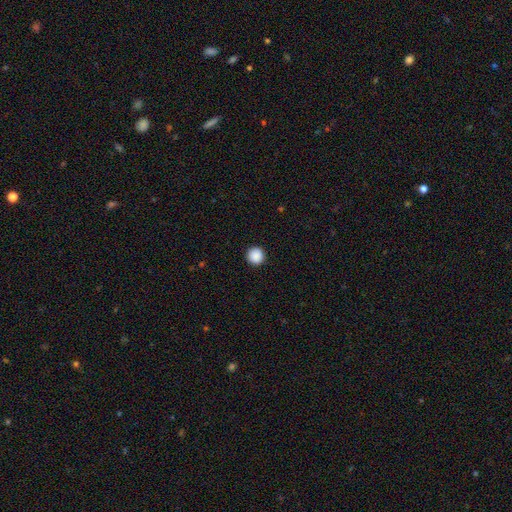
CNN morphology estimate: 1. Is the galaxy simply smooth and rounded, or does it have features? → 90% smooth, 8% star or artifact, 2% featured or disk.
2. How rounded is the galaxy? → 95% round, 4% in between, 1% cigar-shaped.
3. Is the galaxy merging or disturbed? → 93% none, 4% minor disturbance, 2% major disturbance, 1% merger.